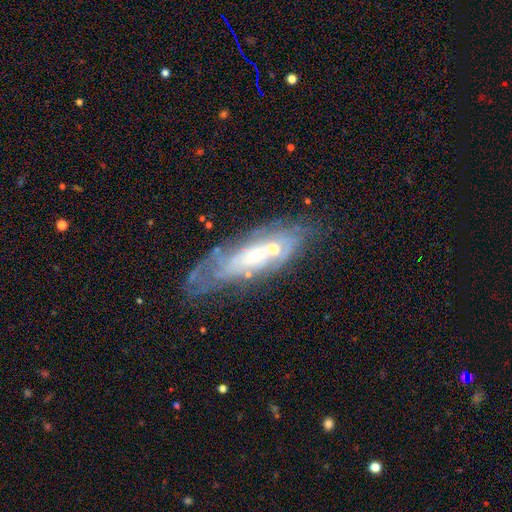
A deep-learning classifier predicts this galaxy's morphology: Smooth or featured? featured or disk (70%)
Edge-on disk? no (76%)
Bar? no (73%)
Spiral arms? yes (60%)
Bulge size? moderate (53%)
Merging? none (49%)